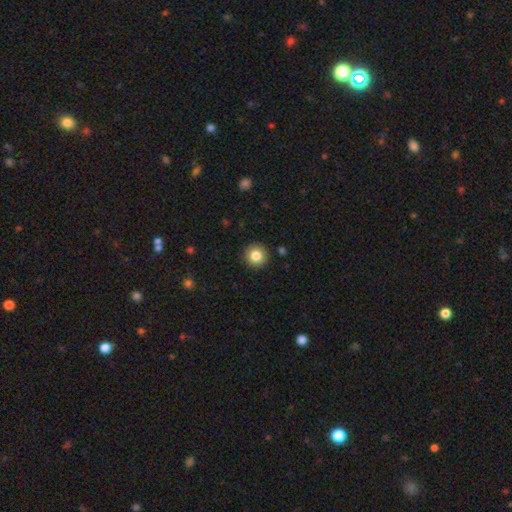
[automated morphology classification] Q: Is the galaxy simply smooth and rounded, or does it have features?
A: smooth — 83%.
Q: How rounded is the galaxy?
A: round — 95%.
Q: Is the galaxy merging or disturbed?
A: none — 92%.